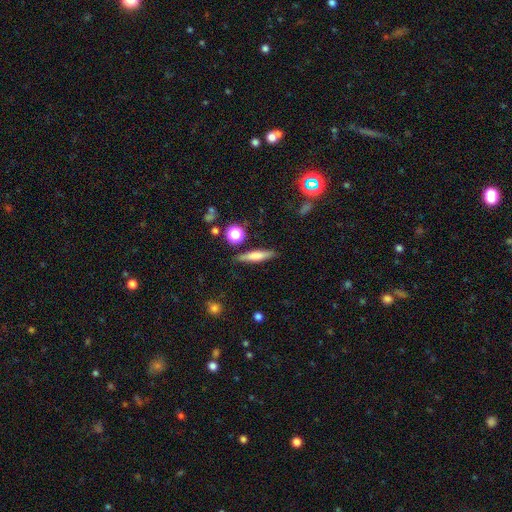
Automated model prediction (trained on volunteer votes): Smooth or featured? Predicted: smooth (p=0.61). How rounded? Predicted: cigar-shaped (p=0.80). Merging? Predicted: none (p=0.85).